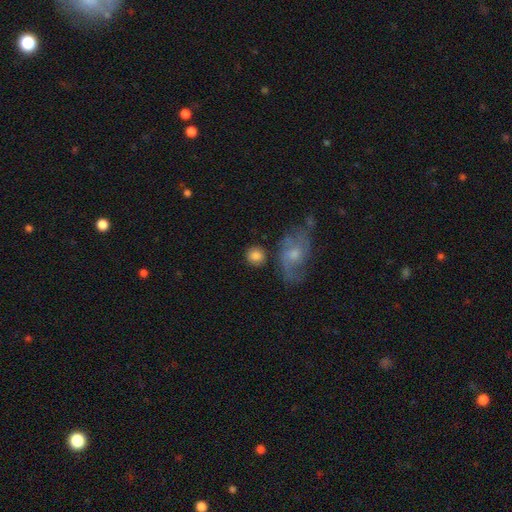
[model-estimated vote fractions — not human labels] Smooth or featured? Predicted: smooth (p=0.81). How rounded? Predicted: round (p=0.82). Merging? Predicted: none (p=0.73).